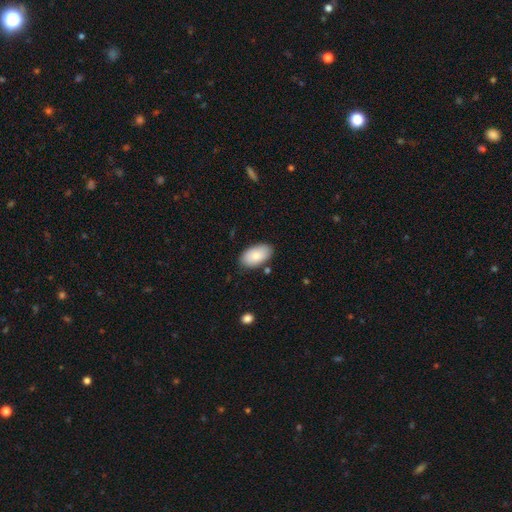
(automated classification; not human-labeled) Q: Smooth or featured?
A: smooth (82%); runner-up: featured or disk (12%)
Q: How rounded?
A: in between (95%); runner-up: round (3%)
Q: Merging?
A: none (83%); runner-up: minor disturbance (12%)